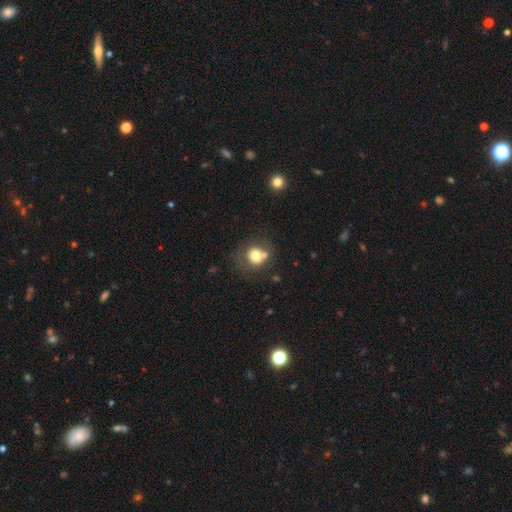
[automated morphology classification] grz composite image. It shows a smooth galaxy with no disk features (73%) that is round (81%). Merging: none (51%).